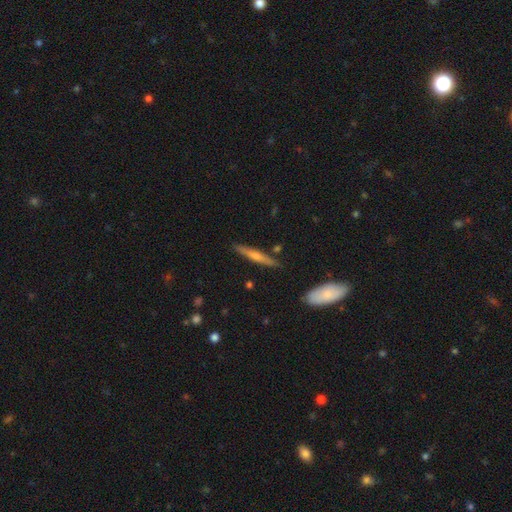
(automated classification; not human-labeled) Smooth or featured: featured or disk — 63% (smooth — 29%)
Edge-on disk: yes — 96% (no — 4%)
Edge-on bulge: rounded — 81% (none — 12%)
Merging: none — 87% (minor disturbance — 9%)